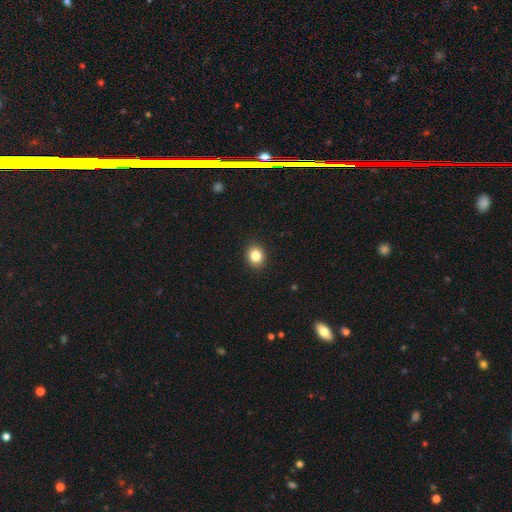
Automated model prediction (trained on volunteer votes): smooth 84%, star or artifact 10%, featured or disk 6%. Down the decision tree: how rounded — round (58%); merging — none (91%).